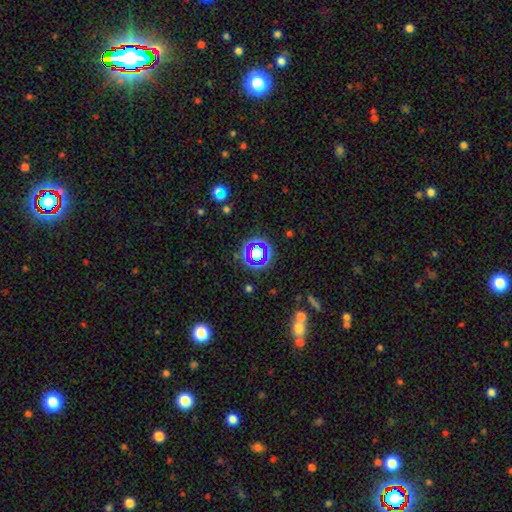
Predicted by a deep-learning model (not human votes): star or artifact 52%, smooth 33%, featured or disk 14%.